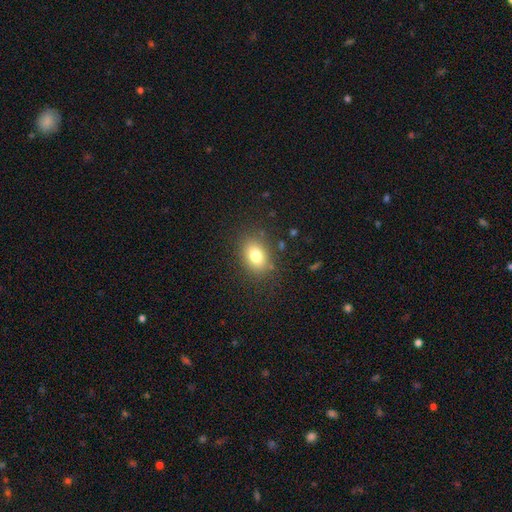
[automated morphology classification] Smooth or featured?
  - smooth: 79% *
  - star or artifact: 11%
  - featured or disk: 10%
How rounded?
  - in between: 70% *
  - round: 29%
  - cigar-shaped: 1%
Merging?
  - none: 84% *
  - minor disturbance: 11%
  - major disturbance: 4%
  - merger: 2%